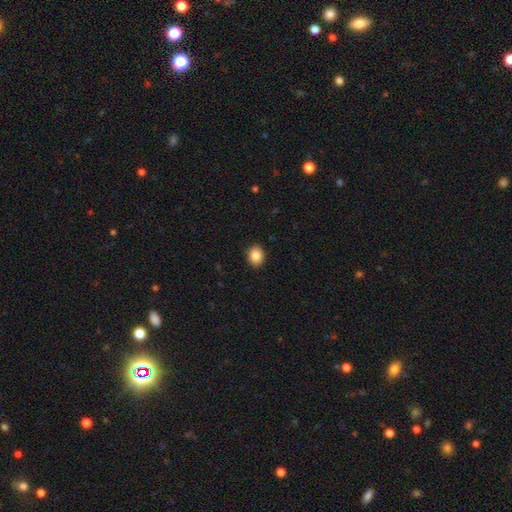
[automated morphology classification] A smooth galaxy with no disk features (86%) that is round (58%).

Vote fractions:
- Smooth or featured? smooth: 86% / star or artifact: 9% / featured or disk: 5%
- How rounded? round: 58% / in between: 42% / cigar-shaped: 1%
- Merging? none: 91% / minor disturbance: 6% / major disturbance: 2% / merger: 1%